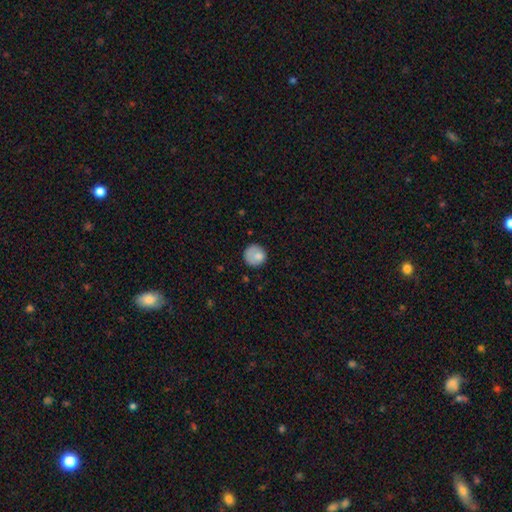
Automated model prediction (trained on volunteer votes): smooth_or_featured: smooth (p=0.80) [alt: featured or disk p=0.12]
how_rounded: round (p=0.89) [alt: in between p=0.10]
merging: none (p=0.69) [alt: minor disturbance p=0.20]